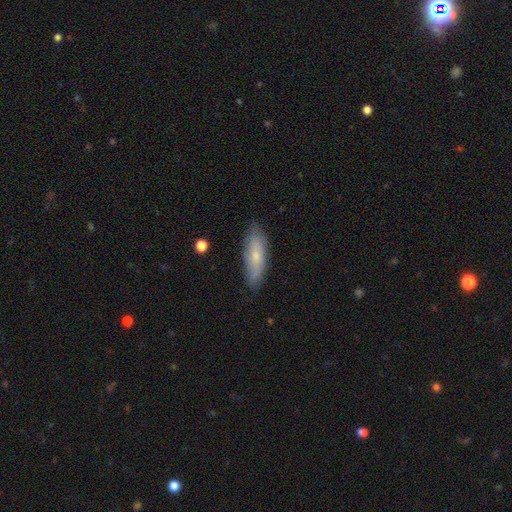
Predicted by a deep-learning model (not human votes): The model was most divided on "how rounded": in between: 52%, cigar-shaped: 46%, round: 2%. More confident: merging — none (80%); smooth or featured — smooth (58%).